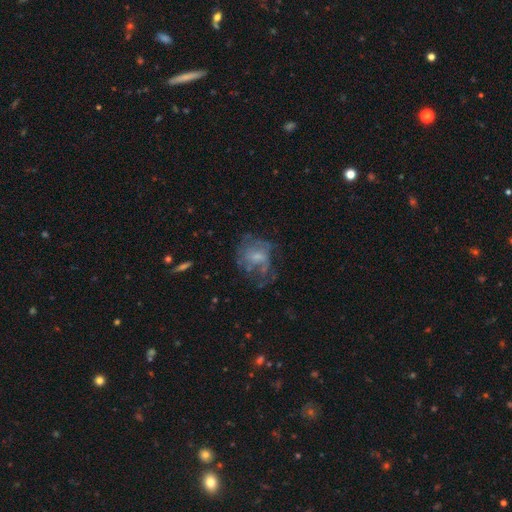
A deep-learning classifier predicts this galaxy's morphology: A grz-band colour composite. It shows a featured or disk galaxy (57%) with no bar (62%), no spiral arms (54%) and a small central bulge (47%). Merging: none (41%).